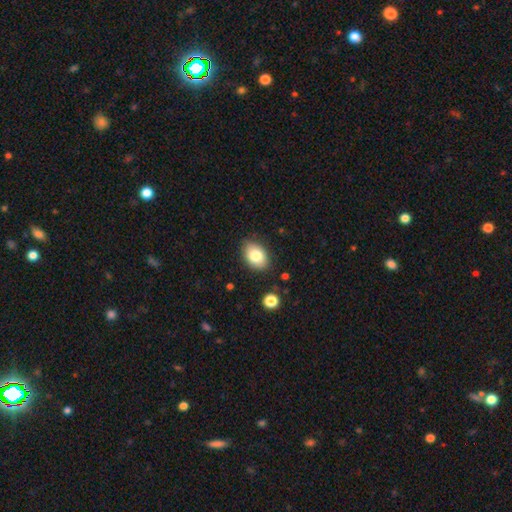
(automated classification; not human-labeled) Smooth or featured? Predicted: smooth (p=0.81). How rounded? Predicted: in between (p=0.84). Merging? Predicted: none (p=0.84).